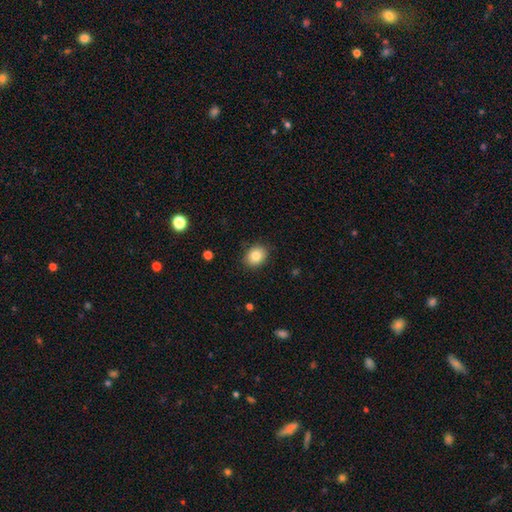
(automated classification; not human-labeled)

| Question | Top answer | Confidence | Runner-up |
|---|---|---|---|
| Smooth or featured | smooth | 85% | star or artifact (8%) |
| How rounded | in between | 57% | round (42%) |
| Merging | none | 87% | minor disturbance (10%) |